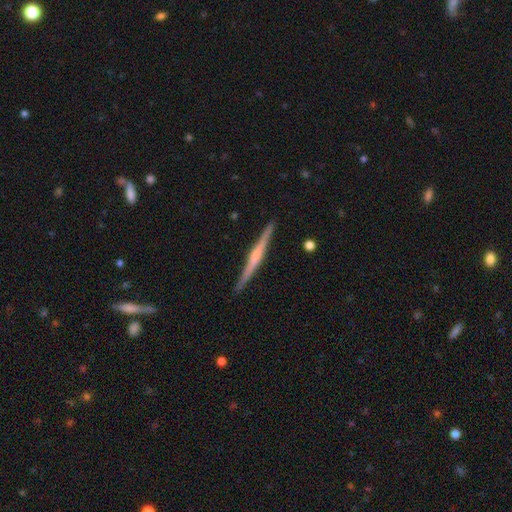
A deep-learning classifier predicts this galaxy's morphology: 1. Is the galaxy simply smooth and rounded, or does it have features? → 74% featured or disk, 21% smooth, 5% star or artifact.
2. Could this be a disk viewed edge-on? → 98% yes, 2% no.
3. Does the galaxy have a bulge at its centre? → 55% rounded, 28% none, 17% boxy.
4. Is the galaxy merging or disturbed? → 91% none, 6% minor disturbance, 1% major disturbance, 1% merger.